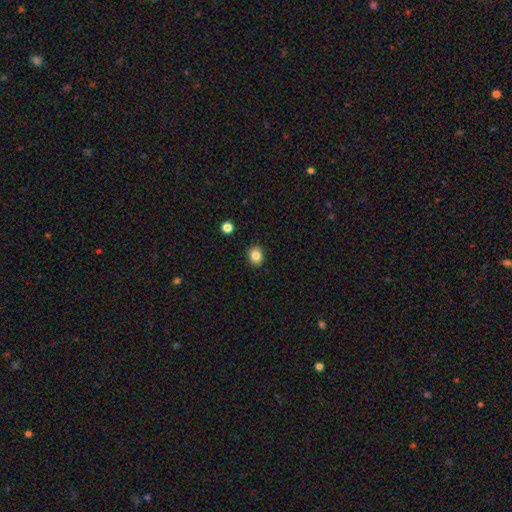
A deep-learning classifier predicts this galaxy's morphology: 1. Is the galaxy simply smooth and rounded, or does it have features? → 84% smooth, 10% star or artifact, 6% featured or disk.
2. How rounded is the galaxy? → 65% round, 34% in between, 1% cigar-shaped.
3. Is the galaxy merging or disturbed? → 90% none, 7% minor disturbance, 2% major disturbance, 1% merger.